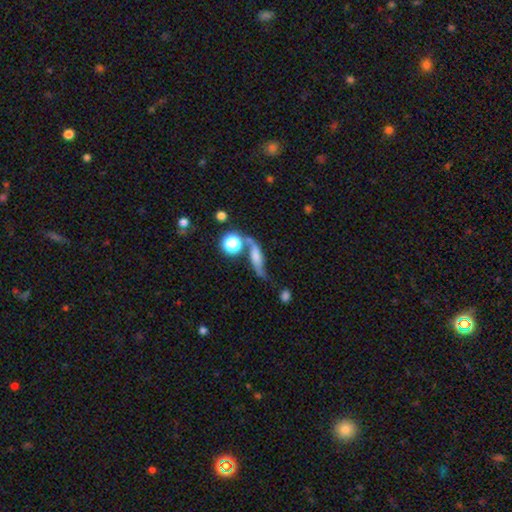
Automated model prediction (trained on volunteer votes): smooth_or_featured: featured or disk (p=0.51) [alt: smooth p=0.37]
disk_edge_on: no (p=0.66) [alt: yes p=0.34]
merging: none (p=0.47) [alt: minor disturbance p=0.22]